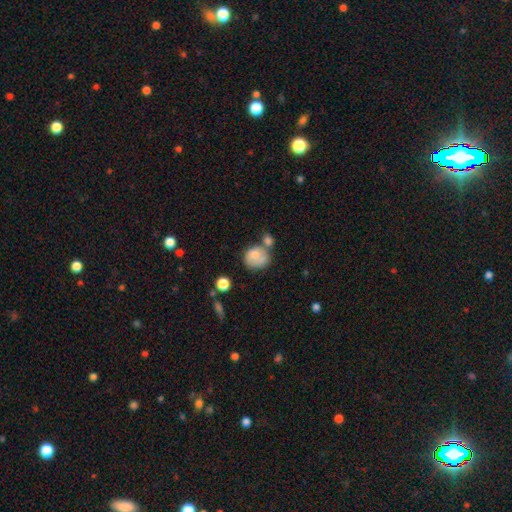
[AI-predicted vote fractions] This is likely a smooth galaxy (72%). How rounded: likely round (74%). Merging: marginally none (42%).